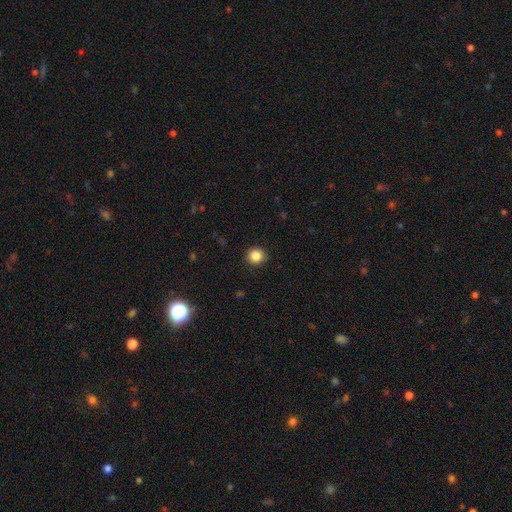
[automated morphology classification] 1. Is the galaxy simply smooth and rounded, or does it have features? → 85% smooth, 11% star or artifact, 4% featured or disk.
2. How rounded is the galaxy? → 92% round, 7% in between, 1% cigar-shaped.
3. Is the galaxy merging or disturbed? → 92% none, 6% minor disturbance, 2% major disturbance, 1% merger.